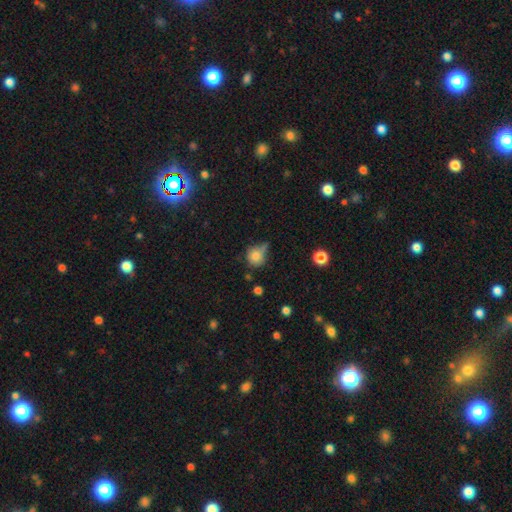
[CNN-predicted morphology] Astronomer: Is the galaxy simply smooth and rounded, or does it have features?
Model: smooth — 80%.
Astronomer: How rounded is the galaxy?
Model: round — 85%.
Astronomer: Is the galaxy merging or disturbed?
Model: none — 50% (runner-up: minor disturbance, 28%).